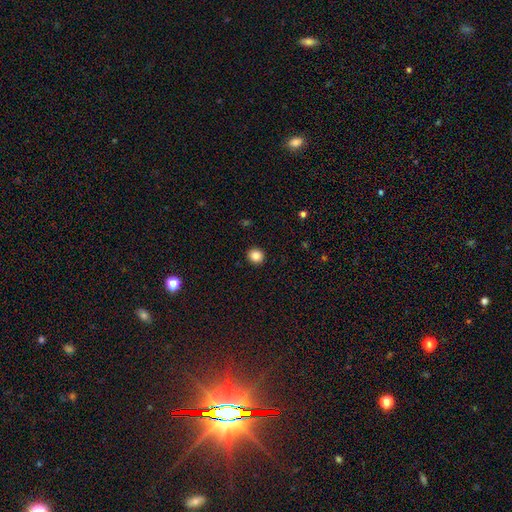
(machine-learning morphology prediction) A smooth galaxy with no disk features (86%) that is round (89%).

Vote fractions:
- Smooth or featured? smooth: 86% / star or artifact: 10% / featured or disk: 4%
- How rounded? round: 89% / in between: 10% / cigar-shaped: 1%
- Merging? none: 93% / minor disturbance: 5% / major disturbance: 2% / merger: 1%